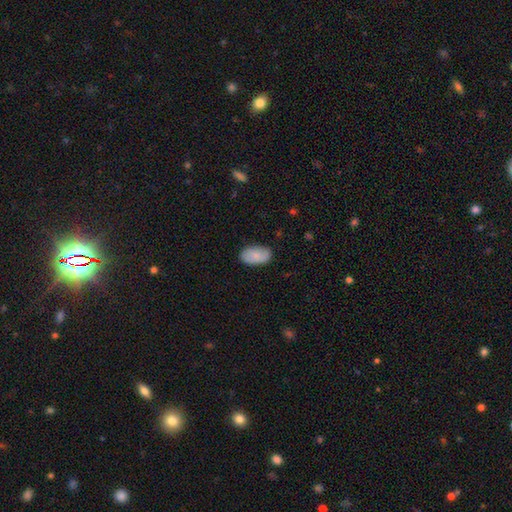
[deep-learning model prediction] smooth_or_featured: smooth (p=0.83) [alt: featured or disk p=0.10]
how_rounded: in between (p=0.94) [alt: round p=0.05]
merging: none (p=0.82) [alt: minor disturbance p=0.15]